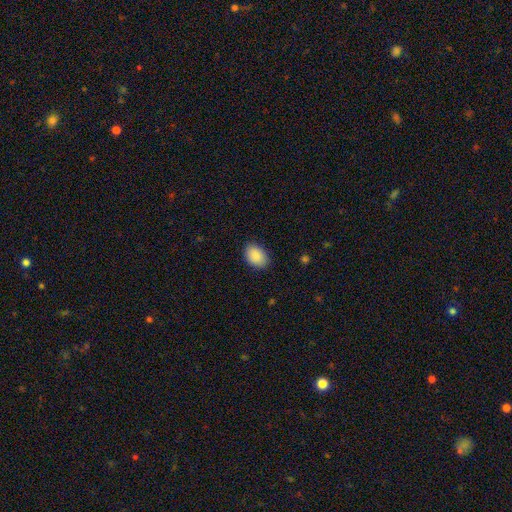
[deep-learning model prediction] Smooth or featured? smooth (90%)
How rounded? in between (83%)
Merging? none (86%)